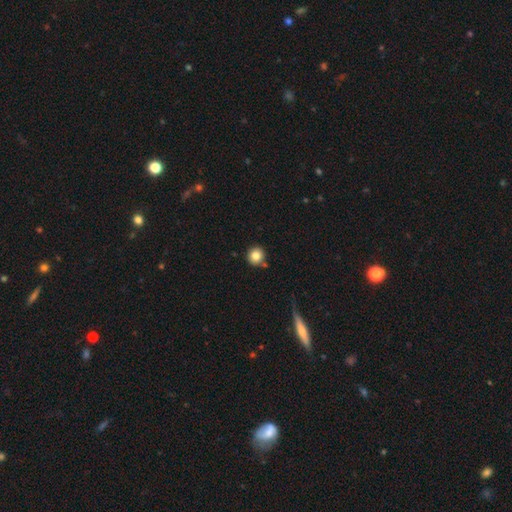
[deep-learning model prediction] smooth_or_featured: smooth (p=0.82) [alt: star or artifact p=0.10]
how_rounded: round (p=0.93) [alt: in between p=0.06]
merging: none (p=0.82) [alt: minor disturbance p=0.09]